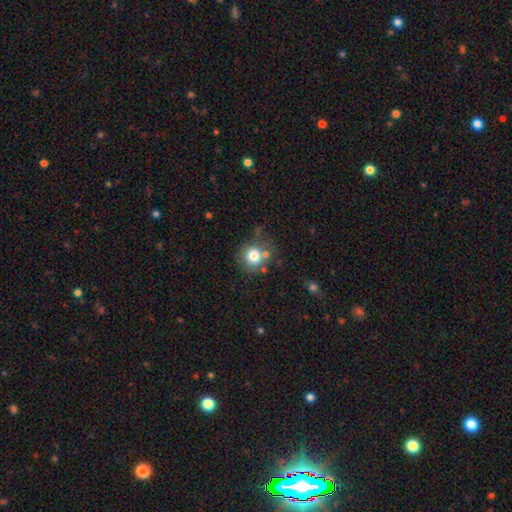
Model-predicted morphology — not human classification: smooth-or-featured: smooth: 76% | star or artifact: 13% | featured or disk: 10%
  how-rounded: round: 89% | in between: 10% | cigar-shaped: 1%
  merging: none: 67% | merger: 14% | minor disturbance: 14% | major disturbance: 5%